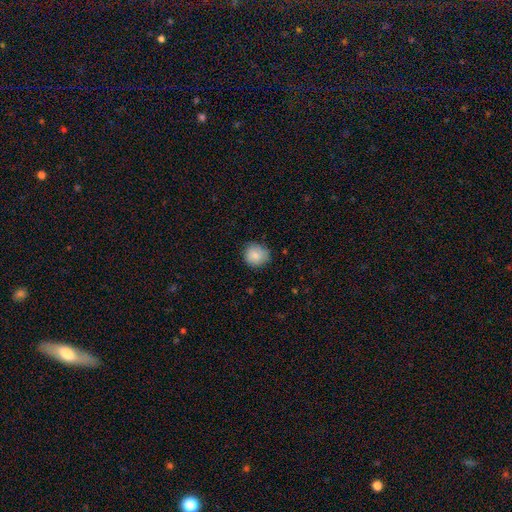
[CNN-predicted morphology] The model was most divided on "merging": none: 77%, minor disturbance: 19%, major disturbance: 3%, merger: 1%. More confident: how rounded — round (88%); smooth or featured — smooth (83%).